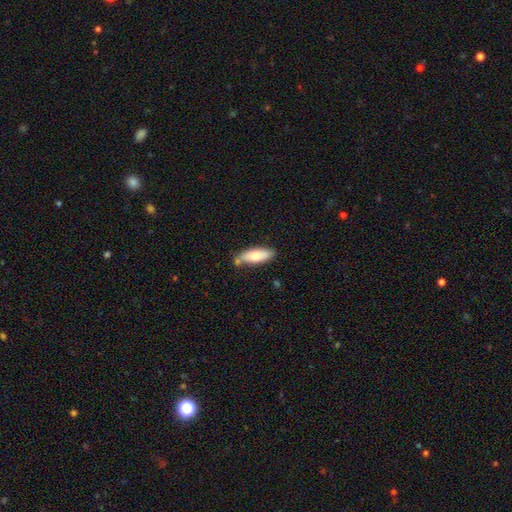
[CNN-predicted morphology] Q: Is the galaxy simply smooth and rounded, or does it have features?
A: smooth — 69%.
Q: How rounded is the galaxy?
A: in between — 66%.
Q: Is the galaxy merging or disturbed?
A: none — 67%.